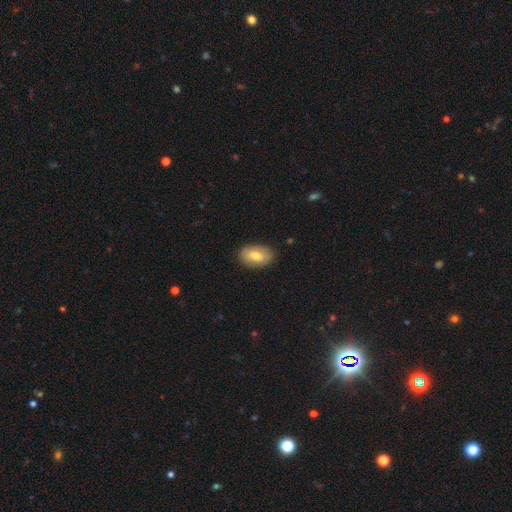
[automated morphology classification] Q: Smooth or featured?
A: smooth (72%); runner-up: featured or disk (21%)
Q: How rounded?
A: in between (90%); runner-up: round (8%)
Q: Merging?
A: none (85%); runner-up: minor disturbance (12%)